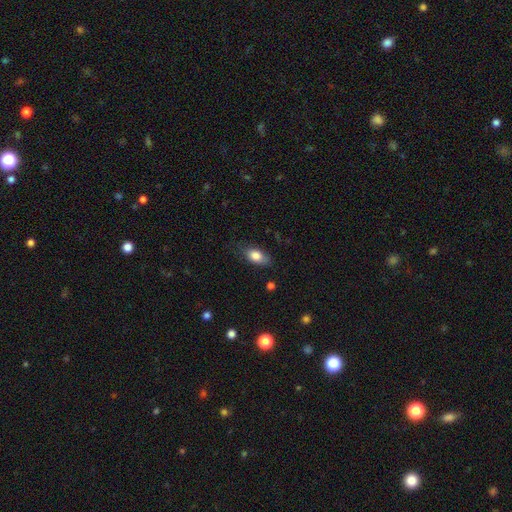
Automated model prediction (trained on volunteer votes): Smooth or featured? Predicted: smooth (p=0.81). How rounded? Predicted: in between (p=0.87). Merging? Predicted: none (p=0.71).